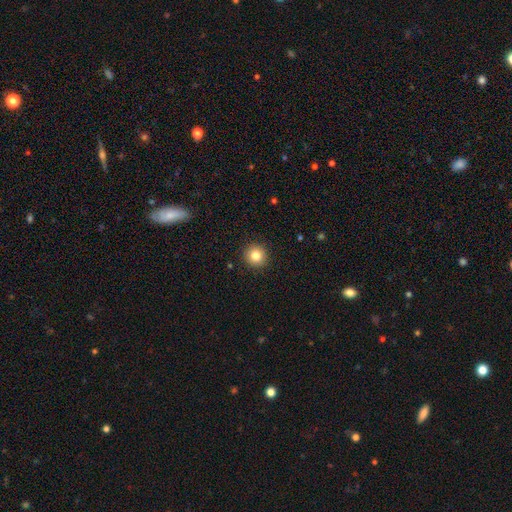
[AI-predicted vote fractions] Smooth or featured? Predicted: smooth (p=0.83). How rounded? Predicted: round (p=0.95). Merging? Predicted: none (p=0.92).